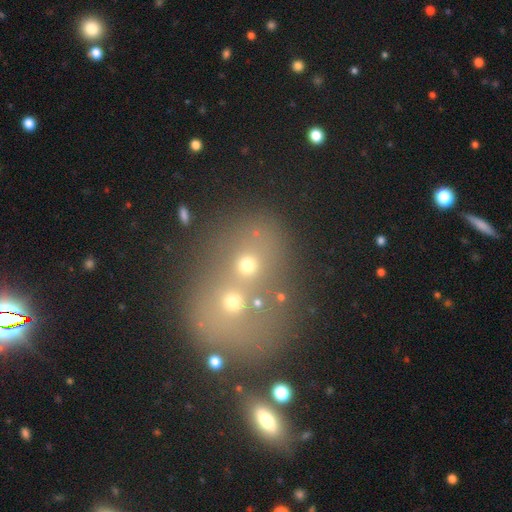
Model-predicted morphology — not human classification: Q: Smooth or featured?
A: smooth (51%); runner-up: star or artifact (29%)
Q: How rounded?
A: round (70%); runner-up: in between (29%)
Q: Merging?
A: merger (66%); runner-up: none (24%)